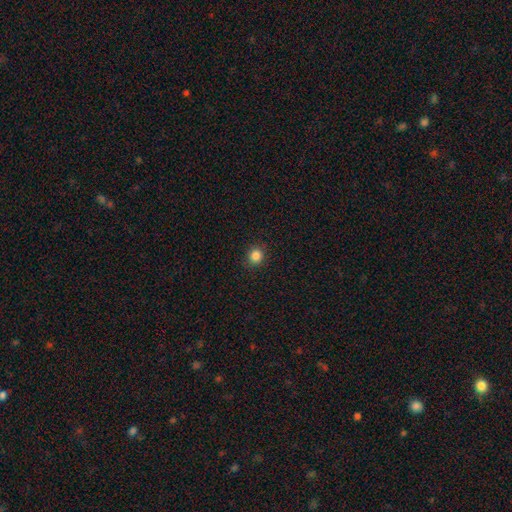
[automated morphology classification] smooth-or-featured: smooth: 85% | star or artifact: 12% | featured or disk: 4%
  how-rounded: round: 90% | in between: 9% | cigar-shaped: 1%
  merging: none: 91% | minor disturbance: 6% | major disturbance: 2% | merger: 1%